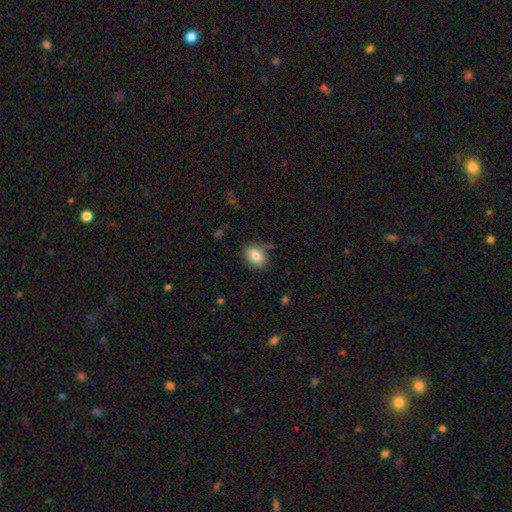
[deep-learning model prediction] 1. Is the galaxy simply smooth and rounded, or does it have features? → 83% smooth, 9% star or artifact, 8% featured or disk.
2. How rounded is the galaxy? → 55% in between, 44% round, 1% cigar-shaped.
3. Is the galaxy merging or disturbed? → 78% none, 15% minor disturbance, 4% major disturbance, 3% merger.